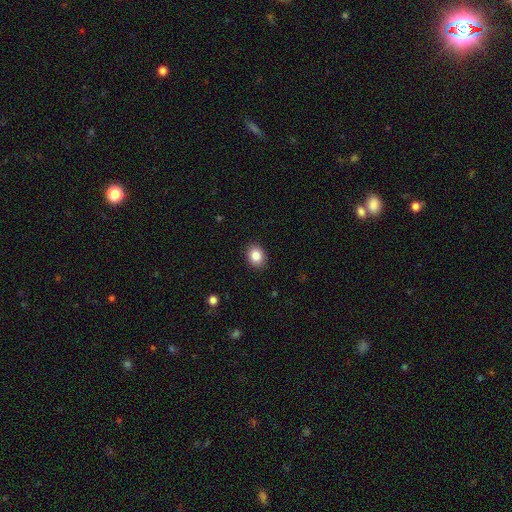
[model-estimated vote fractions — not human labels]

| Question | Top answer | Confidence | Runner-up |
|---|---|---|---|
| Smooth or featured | smooth | 85% | star or artifact (9%) |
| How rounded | in between | 54% | round (46%) |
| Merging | none | 89% | minor disturbance (8%) |